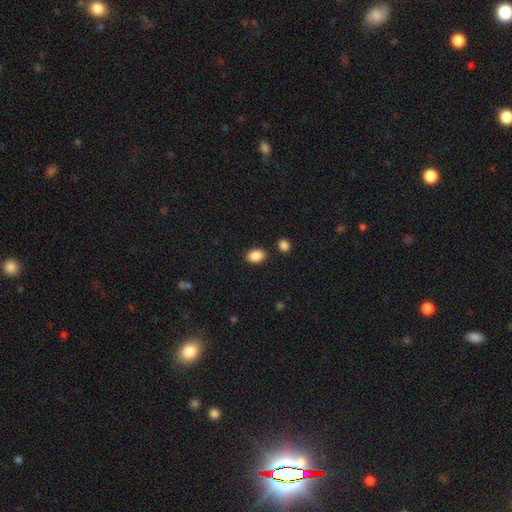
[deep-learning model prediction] Smooth or featured?
  - smooth: 88% *
  - star or artifact: 8%
  - featured or disk: 4%
How rounded?
  - in between: 85% *
  - round: 14%
  - cigar-shaped: 1%
Merging?
  - none: 85% *
  - minor disturbance: 9%
  - merger: 4%
  - major disturbance: 2%